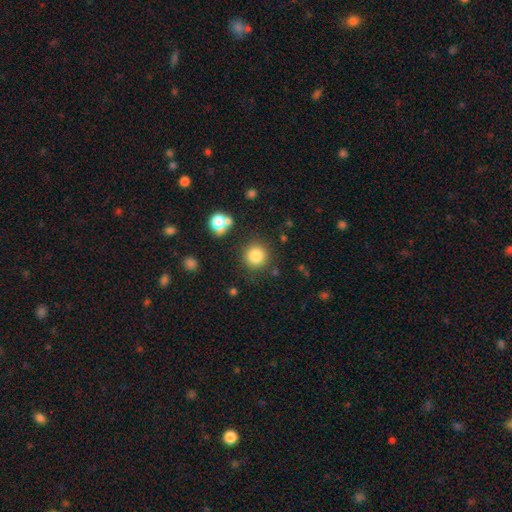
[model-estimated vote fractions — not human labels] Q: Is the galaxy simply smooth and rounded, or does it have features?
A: smooth — 83%.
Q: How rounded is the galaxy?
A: round — 93%.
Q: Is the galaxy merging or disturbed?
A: none — 85%.